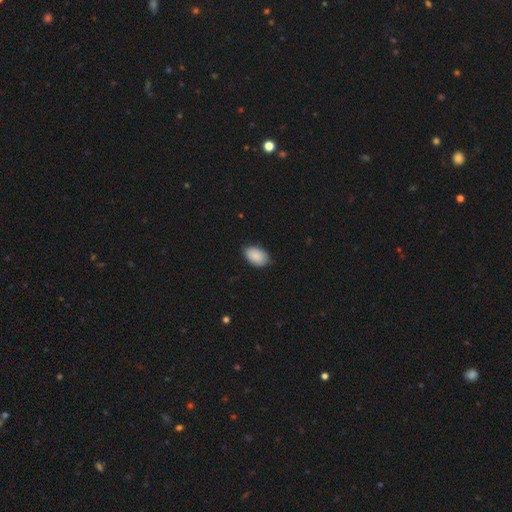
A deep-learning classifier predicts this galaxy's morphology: smooth 88%, star or artifact 6%, featured or disk 5%. Down the decision tree: how rounded — in between (90%); merging — none (78%).